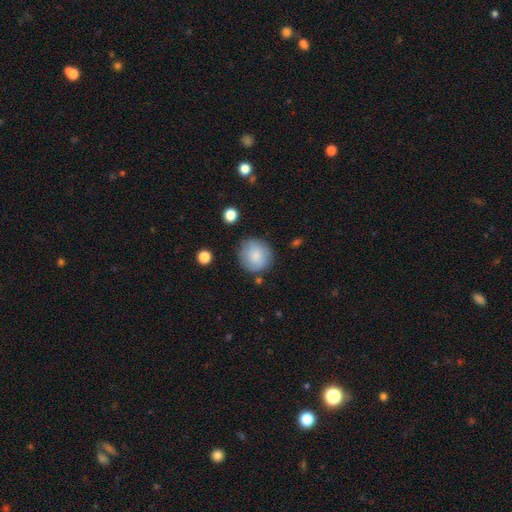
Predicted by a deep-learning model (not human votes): This is clearly a smooth galaxy (85%). How rounded: clearly round (91%). Merging: likely none (80%).